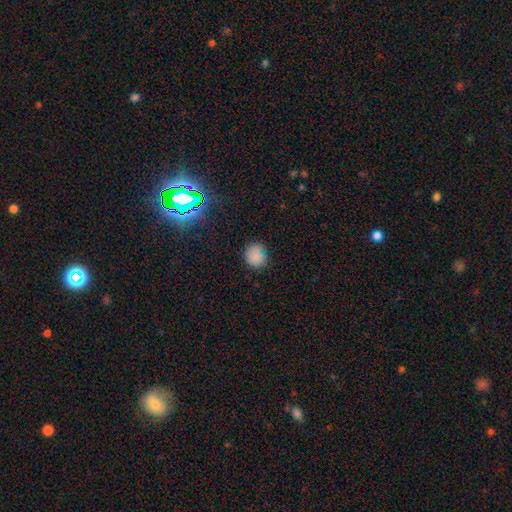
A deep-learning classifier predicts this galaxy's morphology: The model was most divided on "merging": none: 81%, minor disturbance: 14%, major disturbance: 3%, merger: 2%. More confident: how rounded — round (85%); smooth or featured — smooth (81%).